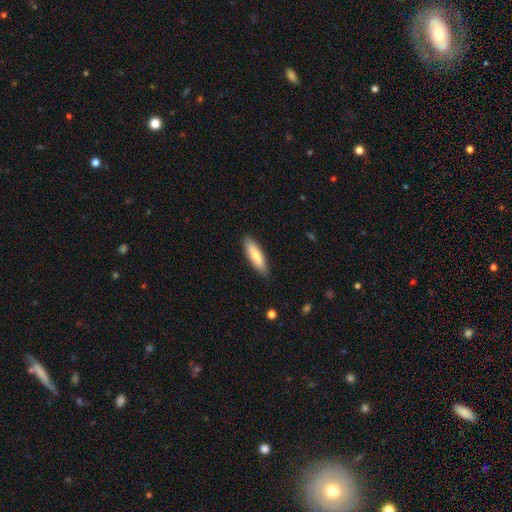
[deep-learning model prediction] A smooth galaxy with no disk features (76%) that is cigar-shaped (57%). Merging: none (88%).